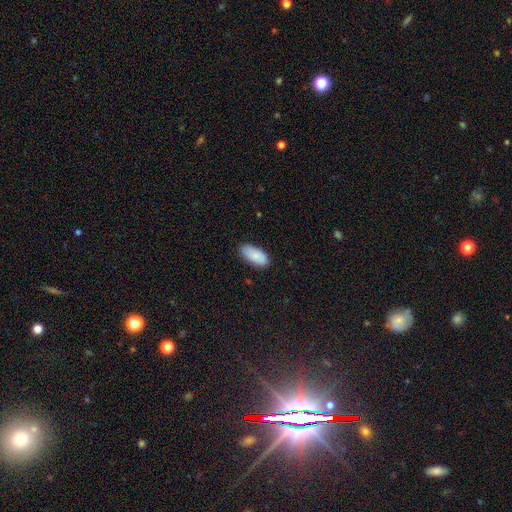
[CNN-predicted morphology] This appears to be a smooth galaxy with no disk features (85%) that is in between round and cigar-shaped (92%). Merging: none (83%).